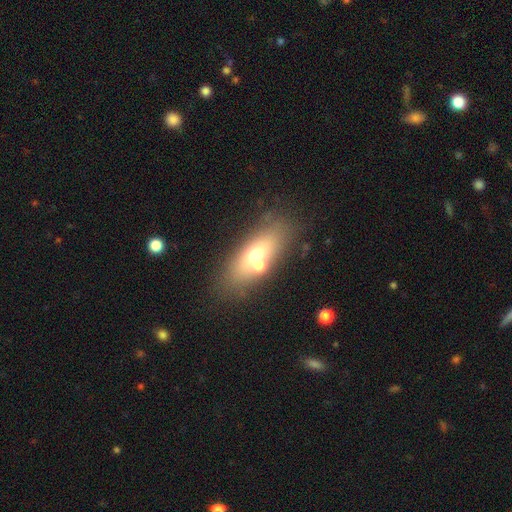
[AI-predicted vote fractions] smooth_or_featured: smooth (p=0.57) [alt: featured or disk p=0.31]
how_rounded: in between (p=0.73) [alt: cigar-shaped p=0.17]
merging: none (p=0.55) [alt: merger p=0.29]